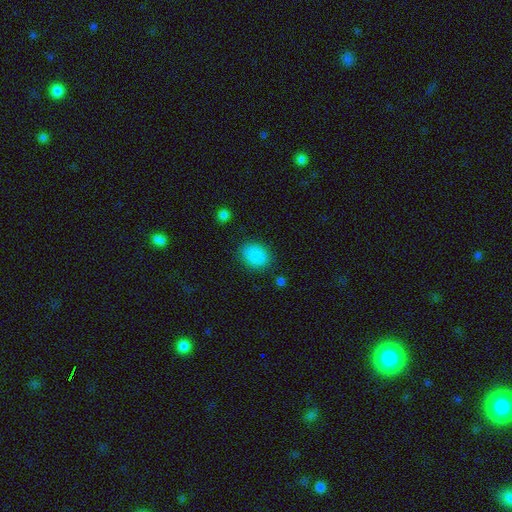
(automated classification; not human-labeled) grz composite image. It shows a smooth galaxy with no disk features (88%) that is in between round and cigar-shaped (54%). Merging: none (85%).